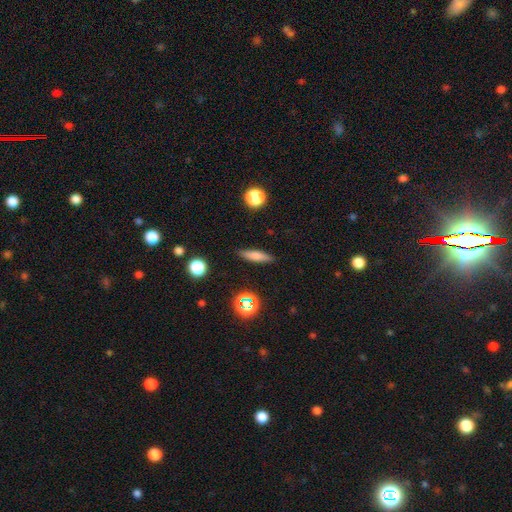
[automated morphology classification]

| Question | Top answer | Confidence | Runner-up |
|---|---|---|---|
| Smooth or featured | smooth | 71% | featured or disk (19%) |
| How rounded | cigar-shaped | 70% | in between (26%) |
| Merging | none | 88% | minor disturbance (9%) |